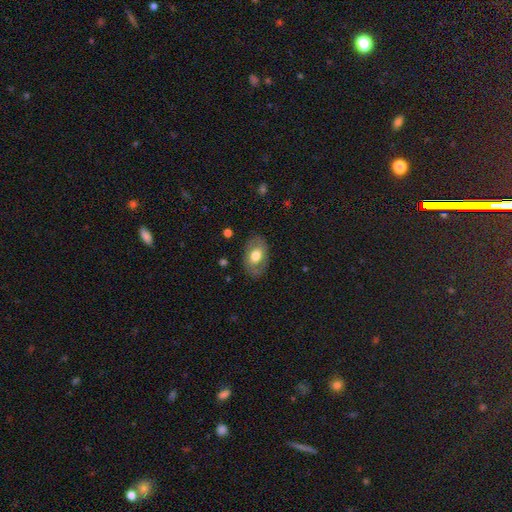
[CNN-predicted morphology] This appears to be a smooth galaxy with no disk features (58%) that is in between round and cigar-shaped (87%). Merging: none (80%).